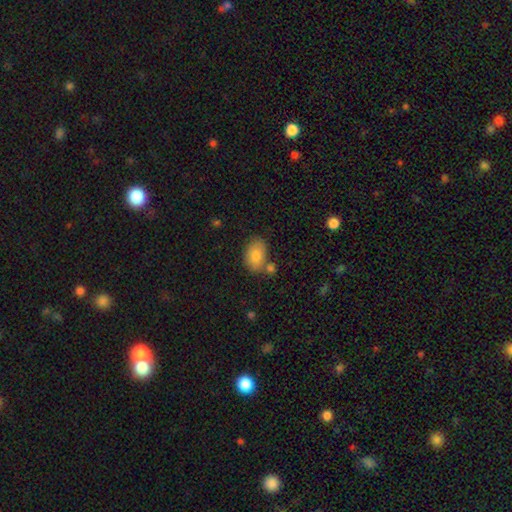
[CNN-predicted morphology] Smooth or featured? smooth (81%)
How rounded? in between (87%)
Merging? none (64%)